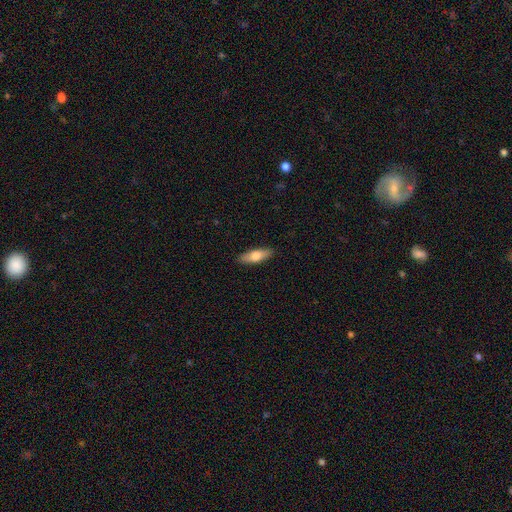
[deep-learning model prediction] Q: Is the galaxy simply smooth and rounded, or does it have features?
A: smooth — 73%.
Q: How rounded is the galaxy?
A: in between — 59%.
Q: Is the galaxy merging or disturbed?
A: none — 89%.